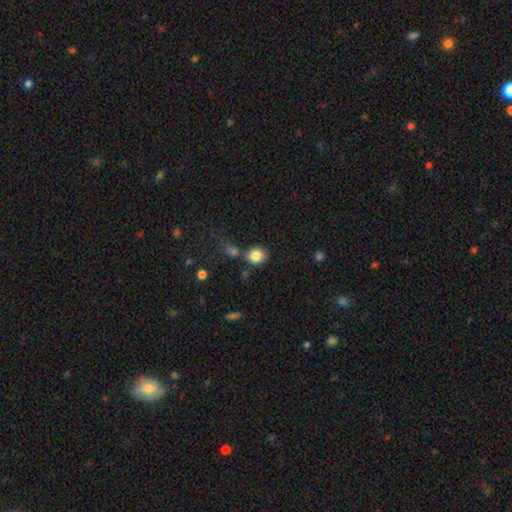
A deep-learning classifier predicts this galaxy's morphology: smooth 83%, star or artifact 10%, featured or disk 7%. Down the decision tree: how rounded — round (79%); merging — none (67%).